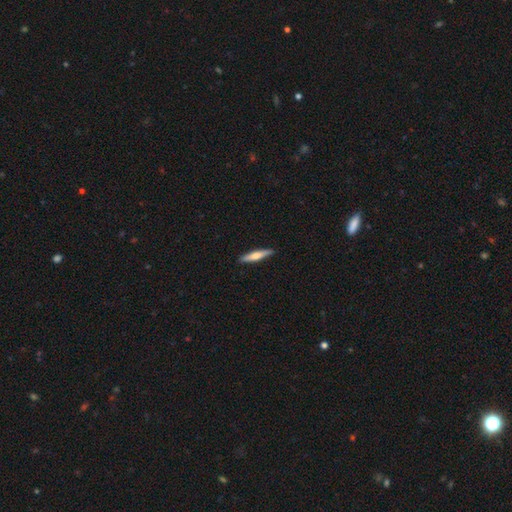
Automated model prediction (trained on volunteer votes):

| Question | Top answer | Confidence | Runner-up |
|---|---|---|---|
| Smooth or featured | smooth | 49% | featured or disk (46%) |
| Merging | none | 91% | minor disturbance (7%) |